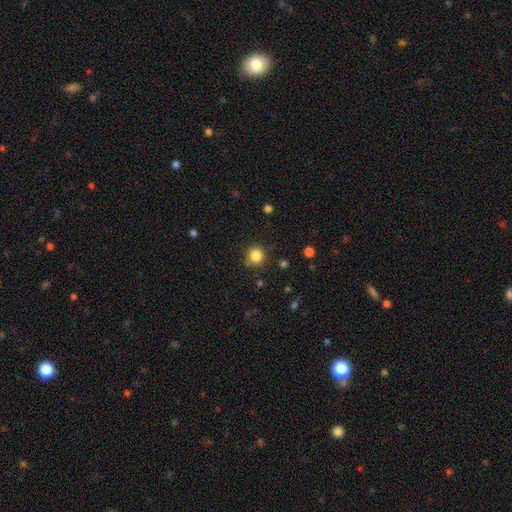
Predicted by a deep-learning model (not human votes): The model was most divided on "smooth or featured": smooth: 83%, star or artifact: 12%, featured or disk: 5%. More confident: how rounded — round (92%); merging — none (84%).